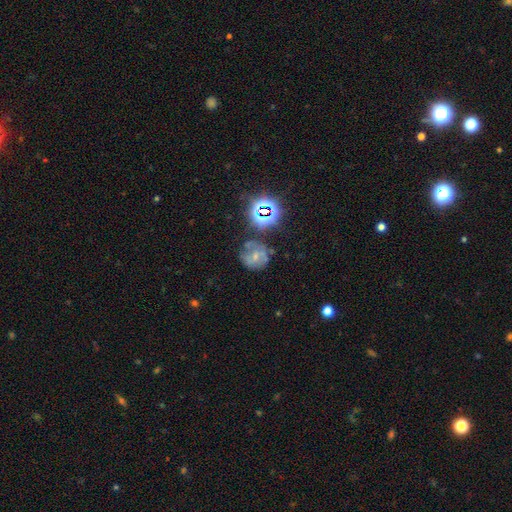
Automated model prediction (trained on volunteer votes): featured or disk 46%, smooth 33%, star or artifact 22%. Down the decision tree: merging — none (57%).